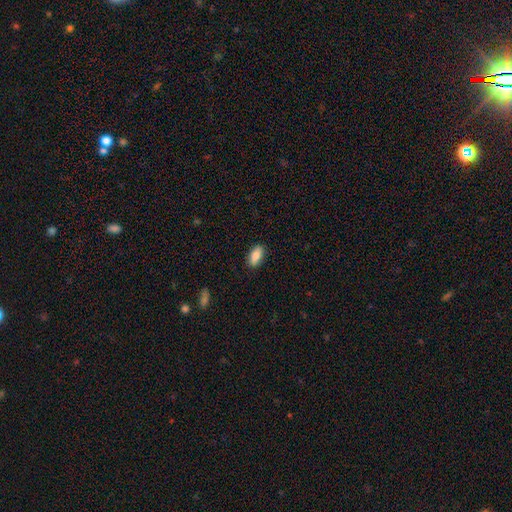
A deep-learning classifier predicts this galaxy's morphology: type=smooth (84%); roundness=in between (89%); merging=none (87%).